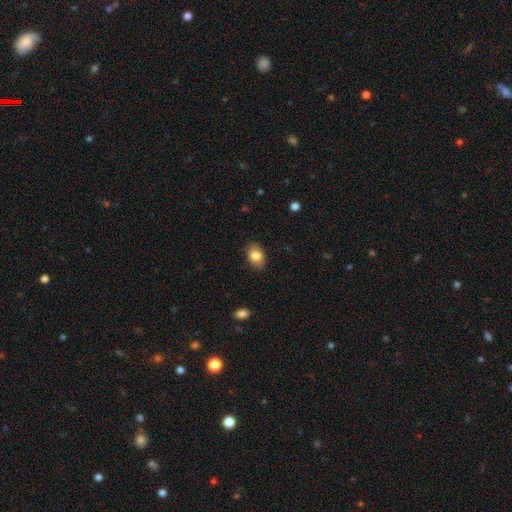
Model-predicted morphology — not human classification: type=smooth (83%); roundness=in between (85%); merging=none (85%).